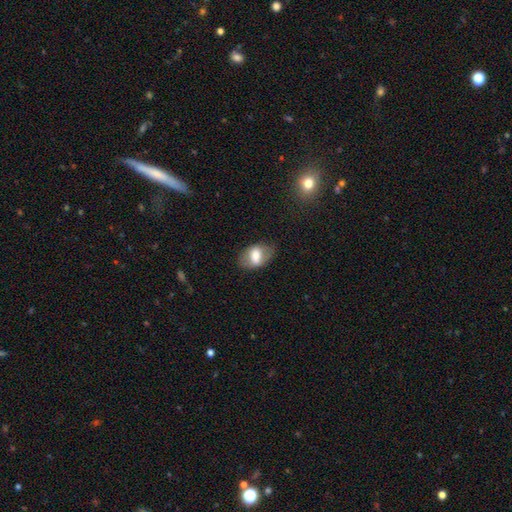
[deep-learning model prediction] Q: Smooth or featured?
A: smooth (60%); runner-up: featured or disk (32%)
Q: How rounded?
A: in between (86%); runner-up: round (12%)
Q: Merging?
A: none (74%); runner-up: minor disturbance (18%)